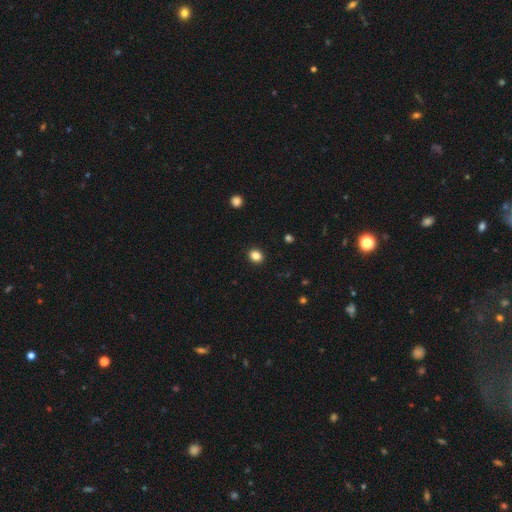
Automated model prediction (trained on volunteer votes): A smooth galaxy with no disk features (85%) that is round (67%). Merging: none (91%).